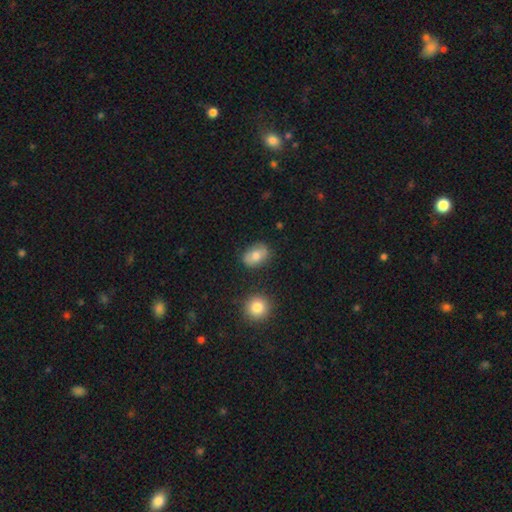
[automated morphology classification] The model was most divided on "how rounded": in between: 76%, round: 22%, cigar-shaped: 2%. More confident: merging — none (78%); smooth or featured — smooth (75%).